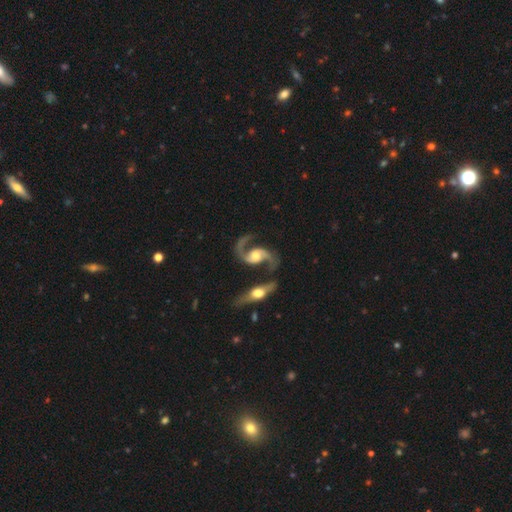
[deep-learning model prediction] Smooth or featured? Predicted: featured or disk (p=0.93). Edge-on disk? Predicted: no (p=0.97). Bar? Predicted: no (p=0.55). Spiral arms? Predicted: yes (p=0.98). Spiral winding? Predicted: loose (p=0.51). Spiral arm count? Predicted: 2 (p=0.93). Bulge size? Predicted: moderate (p=0.60). Merging? Predicted: none (p=0.59).